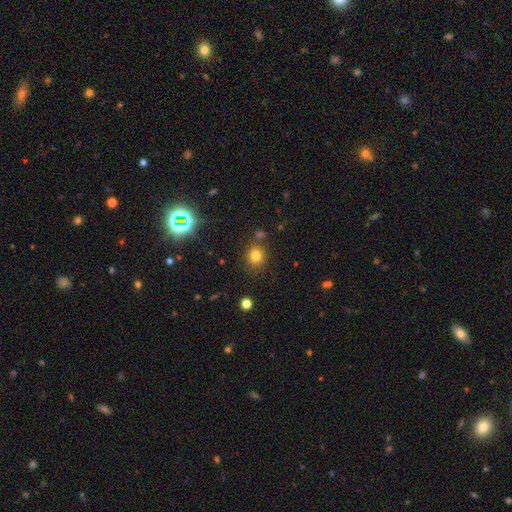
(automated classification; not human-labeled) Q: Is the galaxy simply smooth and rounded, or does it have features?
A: smooth — 75%.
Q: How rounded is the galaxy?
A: round — 76%.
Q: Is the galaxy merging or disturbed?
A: none — 79%.